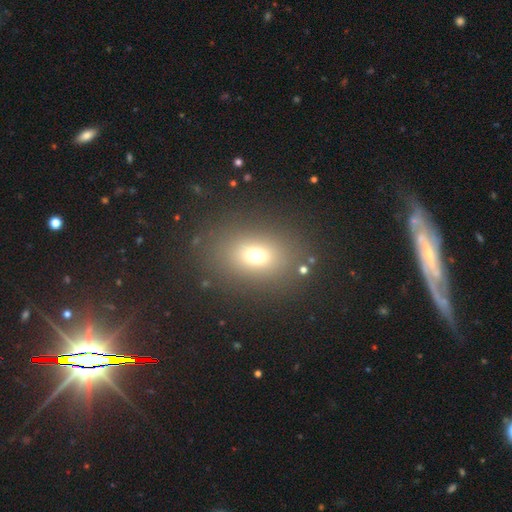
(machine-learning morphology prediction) Smooth or featured? Predicted: smooth (p=0.69). How rounded? Predicted: in between (p=0.57). Merging? Predicted: none (p=0.84).